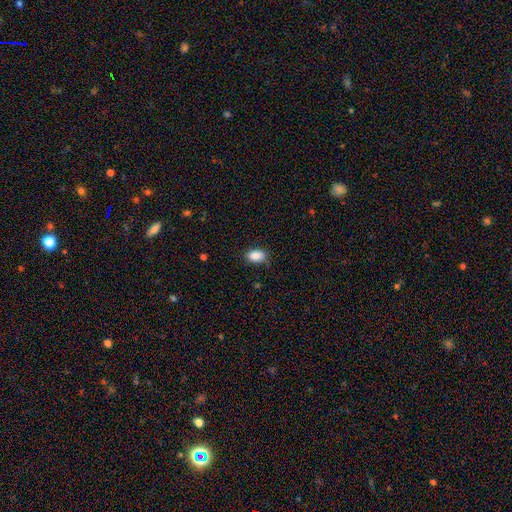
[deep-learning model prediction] This is clearly a smooth galaxy (88%). How rounded: clearly in between (89%). Merging: clearly none (82%).